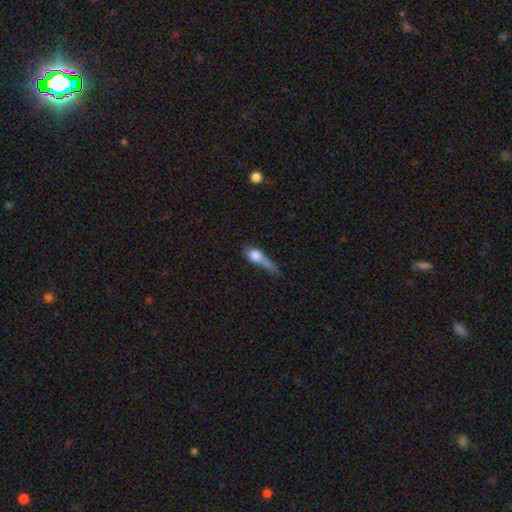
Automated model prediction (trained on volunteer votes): Morphology: type=smooth (68%); roundness=in between (47%); merging=major disturbance (39%).